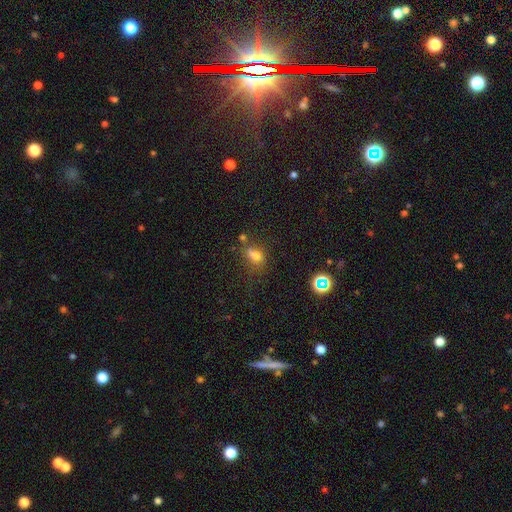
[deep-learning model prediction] smooth 68%, star or artifact 19%, featured or disk 13%. Down the decision tree: how rounded — in between (63%); merging — none (41%).